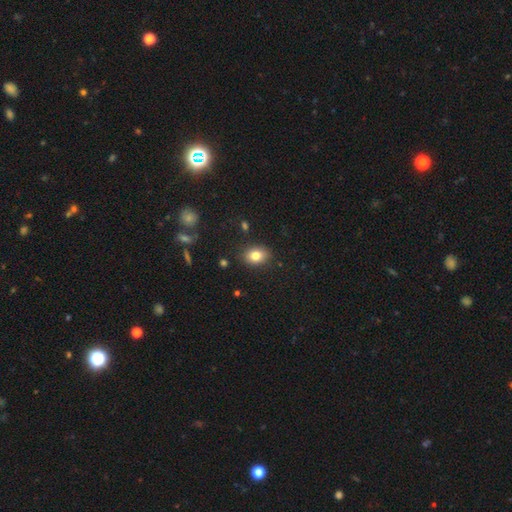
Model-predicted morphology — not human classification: The model was most divided on "how rounded": in between: 68%, round: 31%, cigar-shaped: 1%. More confident: merging — none (86%); smooth or featured — smooth (81%).